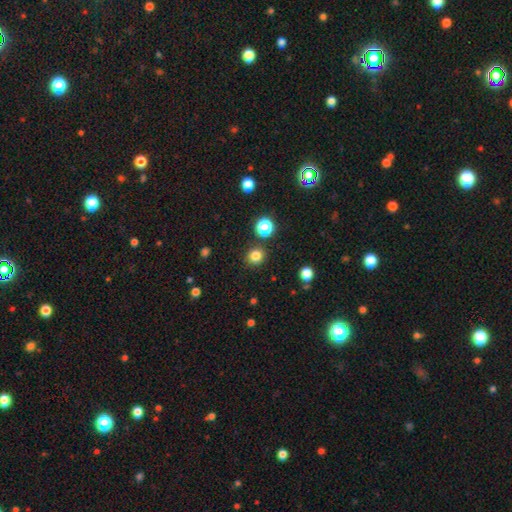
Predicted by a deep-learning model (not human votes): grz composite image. It shows a smooth galaxy with no disk features (82%) that is round (89%). Merging: none (88%).